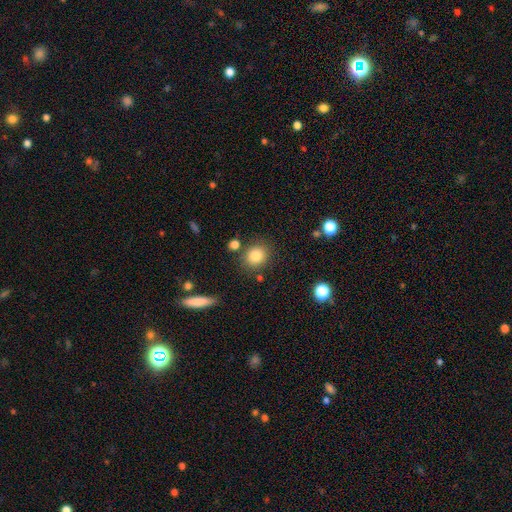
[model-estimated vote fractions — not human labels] smooth_or_featured: smooth (p=0.84) [alt: star or artifact p=0.10]
how_rounded: round (p=0.74) [alt: in between p=0.25]
merging: none (p=0.80) [alt: minor disturbance p=0.10]